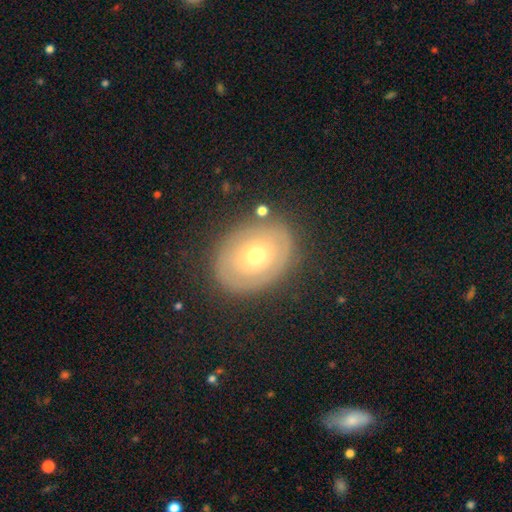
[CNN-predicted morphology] smooth-or-featured: smooth: 50% | featured or disk: 41% | star or artifact: 9%
  how-rounded: in between: 58% | round: 41% | cigar-shaped: 1%
  merging: none: 78% | minor disturbance: 14% | major disturbance: 5% | merger: 3%